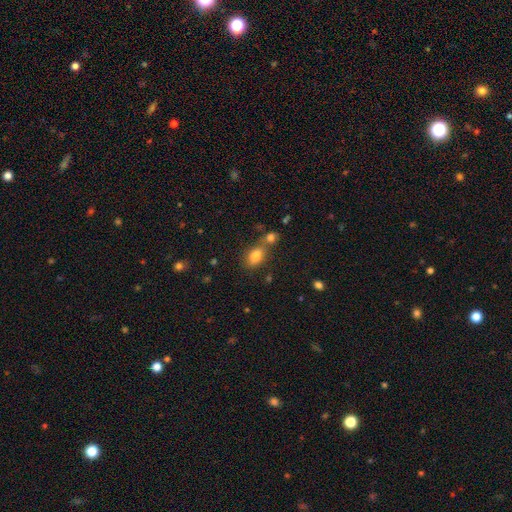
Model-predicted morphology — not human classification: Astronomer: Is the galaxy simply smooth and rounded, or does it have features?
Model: smooth — 82%.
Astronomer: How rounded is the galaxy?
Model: in between — 82%.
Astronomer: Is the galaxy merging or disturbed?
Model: none — 53% (runner-up: merger, 31%).